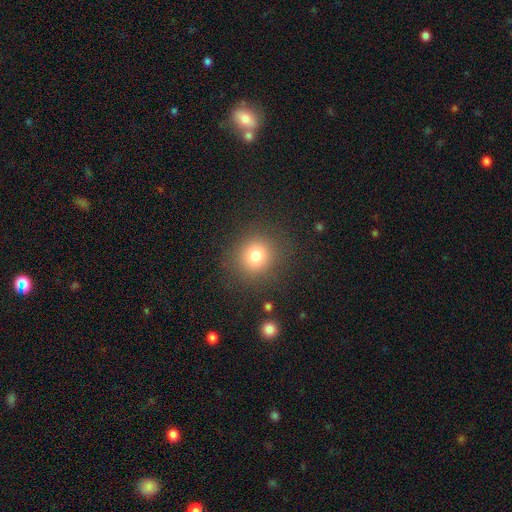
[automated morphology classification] type=smooth (77%); roundness=round (89%); merging=none (86%).